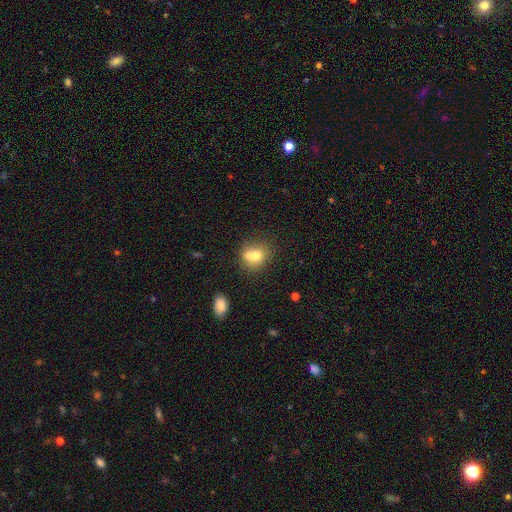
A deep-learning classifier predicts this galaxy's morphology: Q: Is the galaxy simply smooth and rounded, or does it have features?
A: smooth — 68%.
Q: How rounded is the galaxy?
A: round — 68%.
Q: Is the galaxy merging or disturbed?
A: merger — 50%.